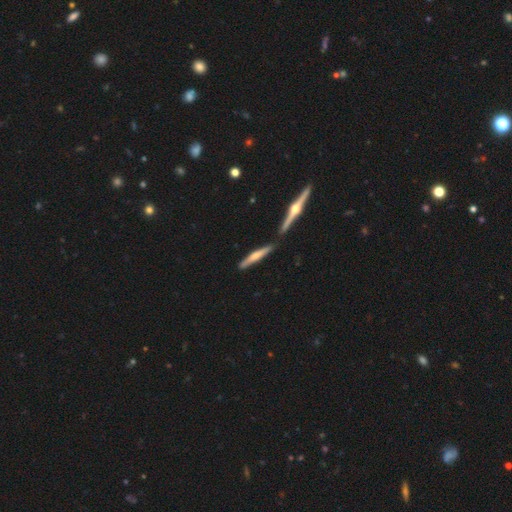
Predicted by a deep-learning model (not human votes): A featured or disk galaxy (50%) viewed edge-on (95%).

Vote fractions:
- Smooth or featured? featured or disk: 50% / smooth: 44% / star or artifact: 6%
- Edge-on disk? yes: 95% / no: 5%
- Merging? none: 75% / merger: 12% / minor disturbance: 11% / major disturbance: 2%